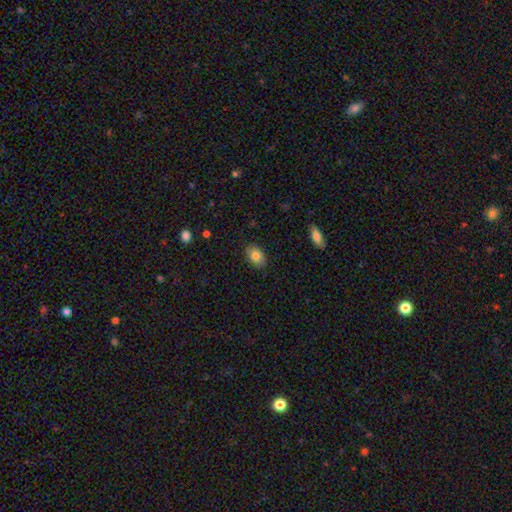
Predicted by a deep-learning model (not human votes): Smooth or featured? Predicted: smooth (p=0.82). How rounded? Predicted: in between (p=0.84). Merging? Predicted: none (p=0.87).